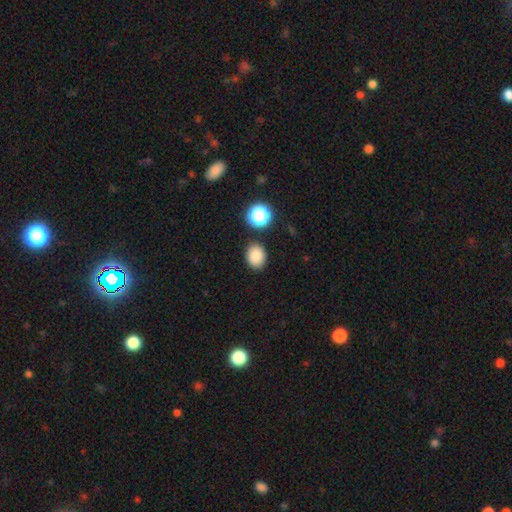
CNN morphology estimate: A smooth galaxy with no disk features (84%) that is in between round and cigar-shaped (54%). Merging: none (85%).